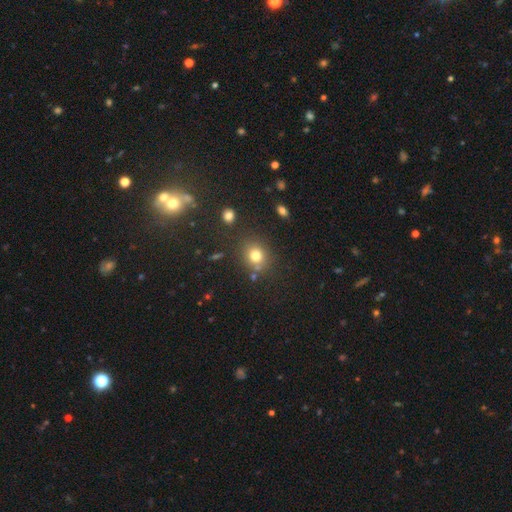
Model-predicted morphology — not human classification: smooth_or_featured: smooth (p=0.77) [alt: star or artifact p=0.15]
how_rounded: round (p=0.78) [alt: in between p=0.21]
merging: none (p=0.77) [alt: minor disturbance p=0.11]